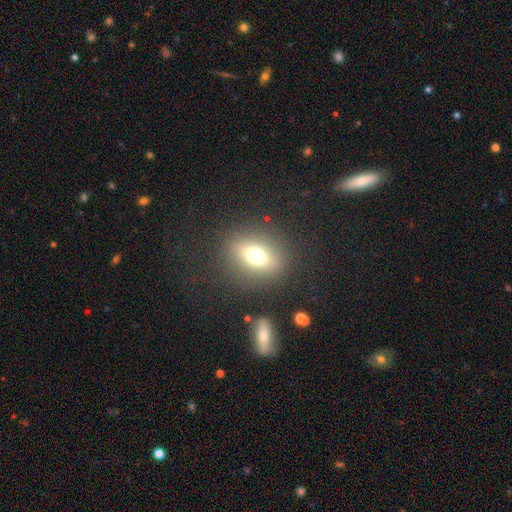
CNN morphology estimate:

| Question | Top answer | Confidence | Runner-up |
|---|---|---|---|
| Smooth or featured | smooth | 67% | featured or disk (18%) |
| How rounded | round | 48% | tied: in between (48%) |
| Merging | none | 85% | minor disturbance (9%) |